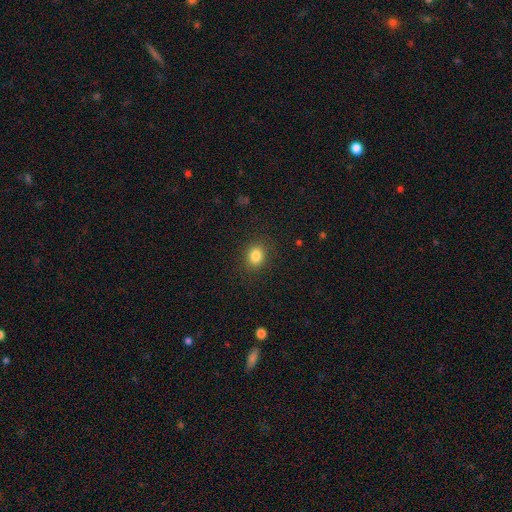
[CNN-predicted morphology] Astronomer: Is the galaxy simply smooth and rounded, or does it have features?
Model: smooth — 84%.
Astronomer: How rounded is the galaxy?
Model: round — 62%.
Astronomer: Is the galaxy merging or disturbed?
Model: none — 88%.